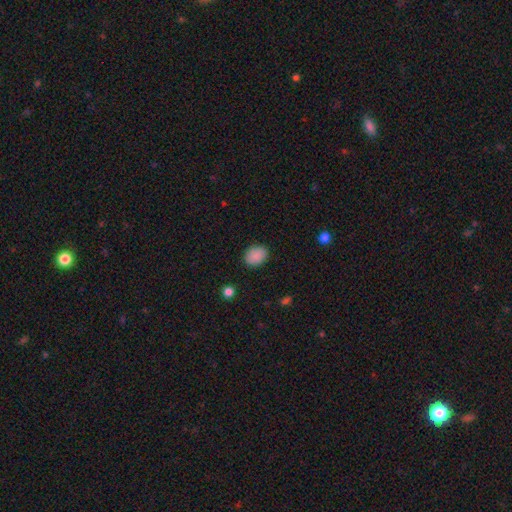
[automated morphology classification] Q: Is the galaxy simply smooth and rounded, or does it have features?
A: smooth — 88%.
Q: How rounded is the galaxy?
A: in between — 58%.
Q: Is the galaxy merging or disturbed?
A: none — 87%.